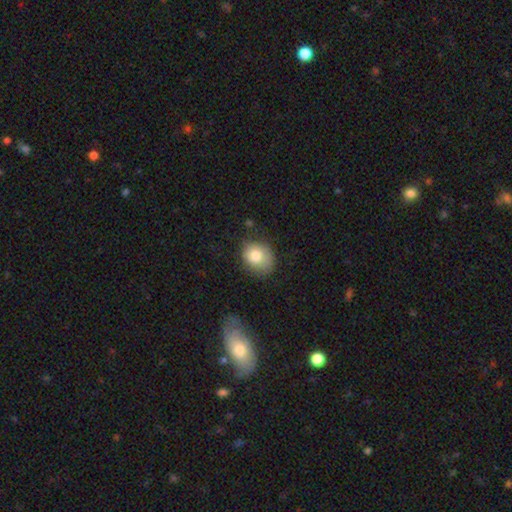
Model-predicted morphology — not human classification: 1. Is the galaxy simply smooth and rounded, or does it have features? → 81% smooth, 11% featured or disk, 8% star or artifact.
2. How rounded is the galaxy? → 53% round, 46% in between, 1% cigar-shaped.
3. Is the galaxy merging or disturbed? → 62% none, 27% minor disturbance, 9% major disturbance, 2% merger.